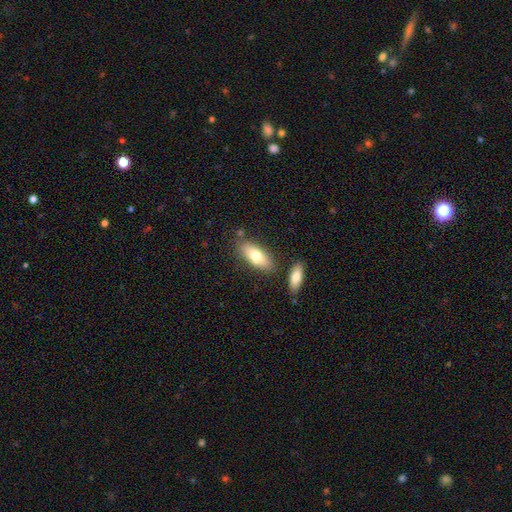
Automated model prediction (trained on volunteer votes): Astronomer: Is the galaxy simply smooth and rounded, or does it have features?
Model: smooth — 74%.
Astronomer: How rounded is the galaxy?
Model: in between — 74%.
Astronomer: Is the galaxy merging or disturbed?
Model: none — 73%.